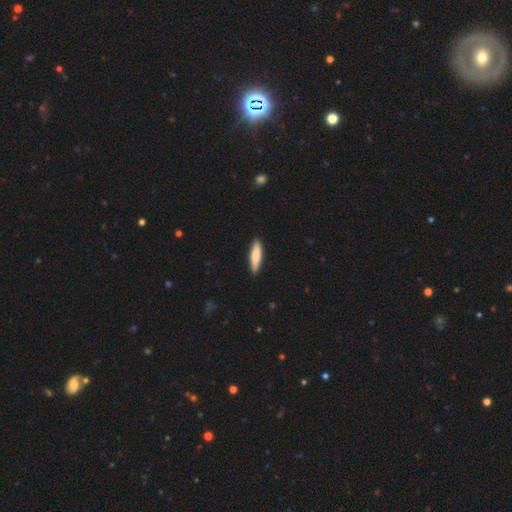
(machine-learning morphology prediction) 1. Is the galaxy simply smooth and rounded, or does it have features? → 78% smooth, 17% featured or disk, 5% star or artifact.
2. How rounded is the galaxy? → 72% cigar-shaped, 26% in between, 1% round.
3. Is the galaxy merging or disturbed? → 90% none, 8% minor disturbance, 1% major disturbance, 1% merger.